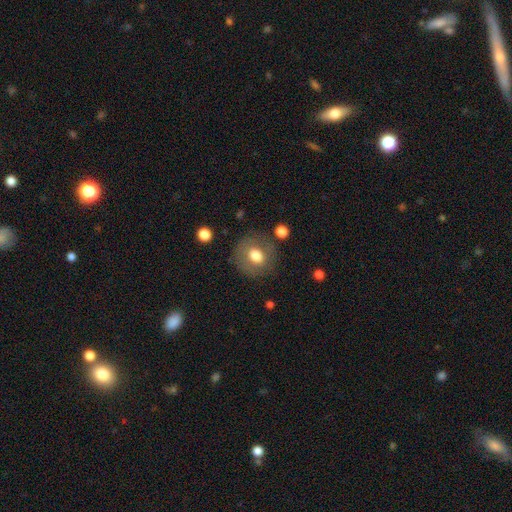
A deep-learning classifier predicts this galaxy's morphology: Smooth or featured?
  - smooth: 71% *
  - featured or disk: 20%
  - star or artifact: 9%
How rounded?
  - round: 74% *
  - in between: 25%
  - cigar-shaped: 1%
Merging?
  - none: 78% *
  - minor disturbance: 13%
  - major disturbance: 6%
  - merger: 2%